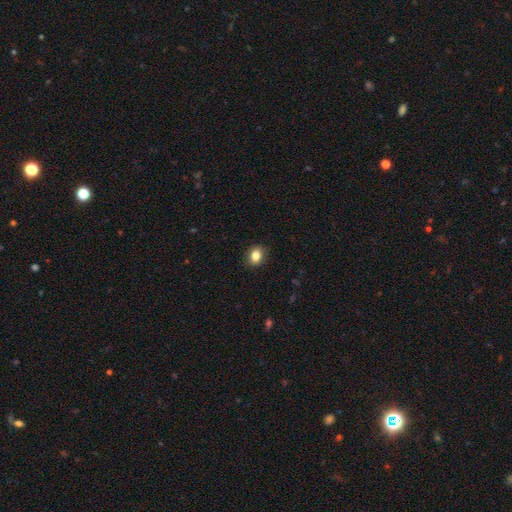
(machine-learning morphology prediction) A smooth galaxy with no disk features (84%) that is in between round and cigar-shaped (55%). Merging: none (89%).